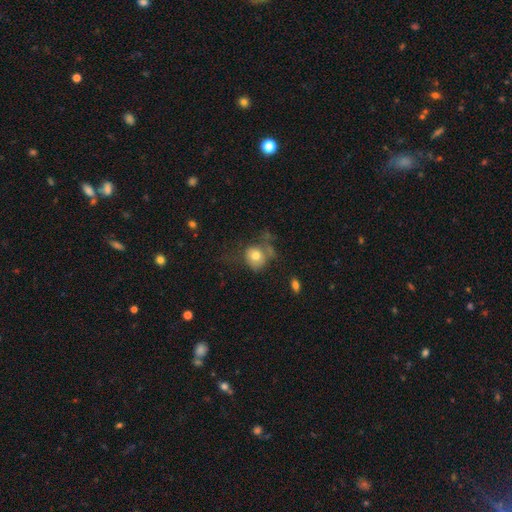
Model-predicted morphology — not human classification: Smooth or featured? smooth (73%)
How rounded? round (76%)
Merging? none (40%)